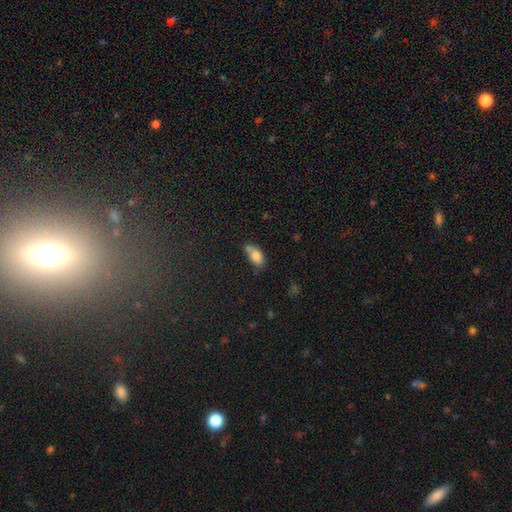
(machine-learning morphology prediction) This appears to be a smooth galaxy with no disk features (79%) that is in between round and cigar-shaped (90%). Merging: none (54%).